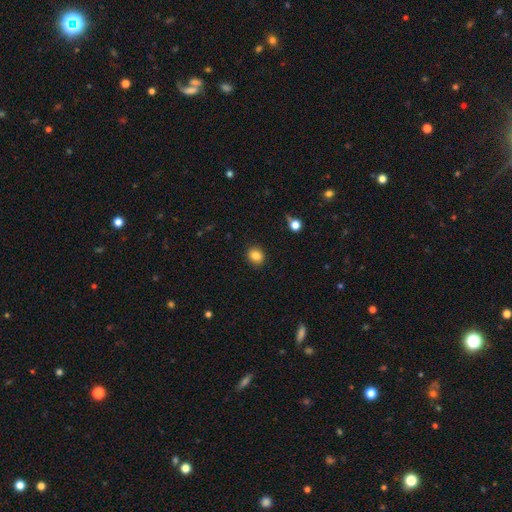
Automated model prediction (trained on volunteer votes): Smooth or featured? Predicted: smooth (p=0.84). How rounded? Predicted: round (p=0.67). Merging? Predicted: none (p=0.90).